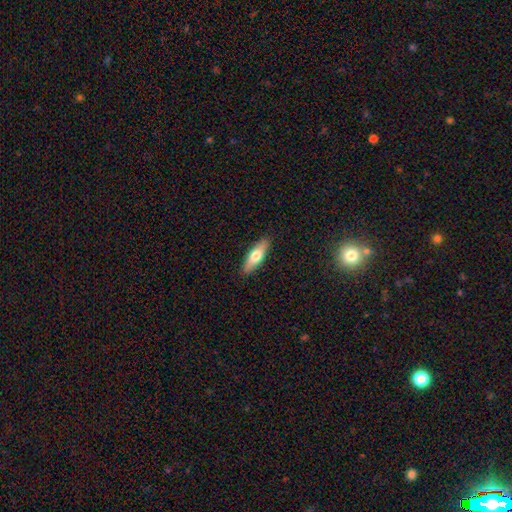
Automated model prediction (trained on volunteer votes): A smooth galaxy with no disk features (65%) that is cigar-shaped (49%, tied with in between).

Vote fractions:
- Smooth or featured? smooth: 65% / featured or disk: 30% / star or artifact: 6%
- How rounded? cigar-shaped: 49% (tied) / in between: 49% (tied) / round: 2%
- Merging? none: 89% / minor disturbance: 8% / major disturbance: 2% / merger: 1%